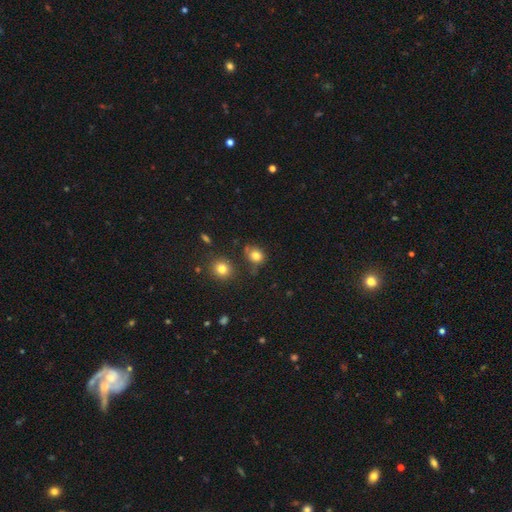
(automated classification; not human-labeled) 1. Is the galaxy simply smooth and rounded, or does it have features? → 81% smooth, 12% star or artifact, 7% featured or disk.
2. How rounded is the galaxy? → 63% round, 36% in between, 1% cigar-shaped.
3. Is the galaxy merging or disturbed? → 63% none, 22% minor disturbance, 8% merger, 7% major disturbance.